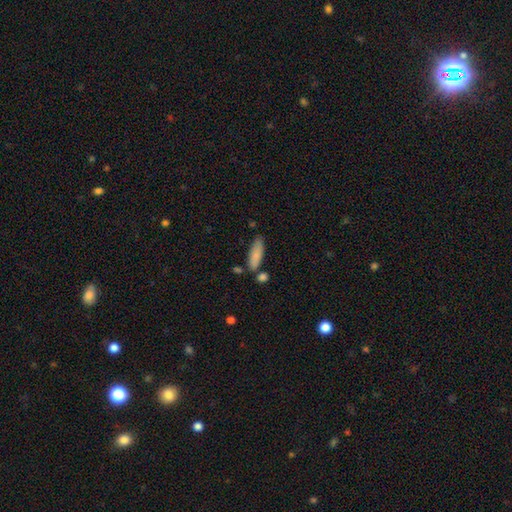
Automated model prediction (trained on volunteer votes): A smooth galaxy with no disk features (84%) that is in between round and cigar-shaped (52%).

Vote fractions:
- Smooth or featured? smooth: 84% / featured or disk: 10% / star or artifact: 6%
- How rounded? in between: 52% / cigar-shaped: 46% / round: 2%
- Merging? none: 69% / minor disturbance: 18% / merger: 9% / major disturbance: 4%